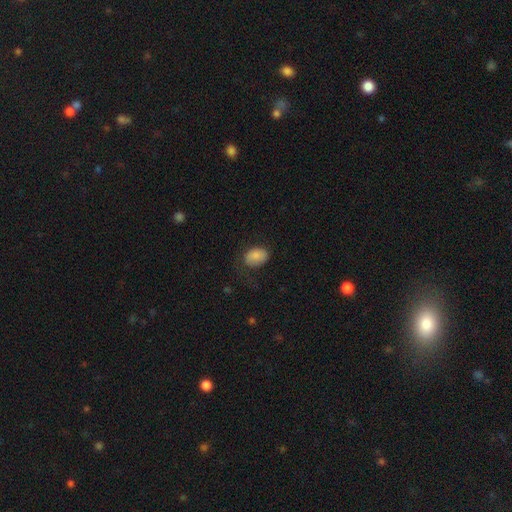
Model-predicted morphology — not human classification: Smooth or featured?
  - smooth: 85% *
  - featured or disk: 8%
  - star or artifact: 8%
How rounded?
  - in between: 81% *
  - round: 18%
  - cigar-shaped: 1%
Merging?
  - none: 60% *
  - minor disturbance: 26%
  - major disturbance: 12%
  - merger: 1%